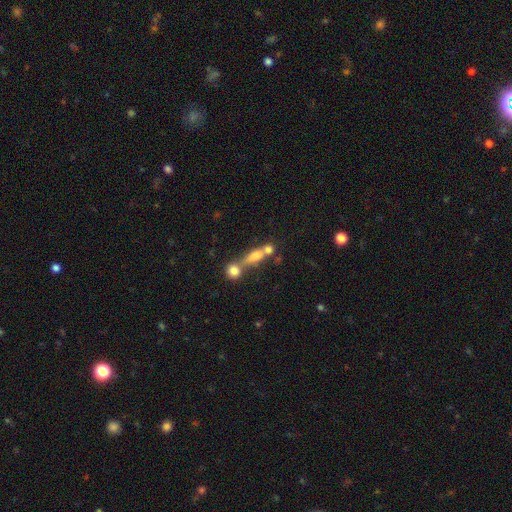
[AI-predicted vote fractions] smooth_or_featured: smooth (p=0.66) [alt: featured or disk p=0.22]
how_rounded: in between (p=0.43) [alt: cigar-shaped p=0.37]
merging: merger (p=0.45) [alt: none p=0.36]